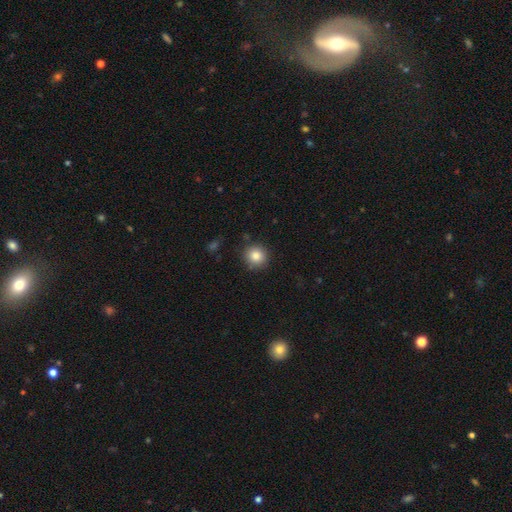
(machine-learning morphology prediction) This is clearly a smooth galaxy (84%). How rounded: clearly round (93%). Merging: clearly none (88%).